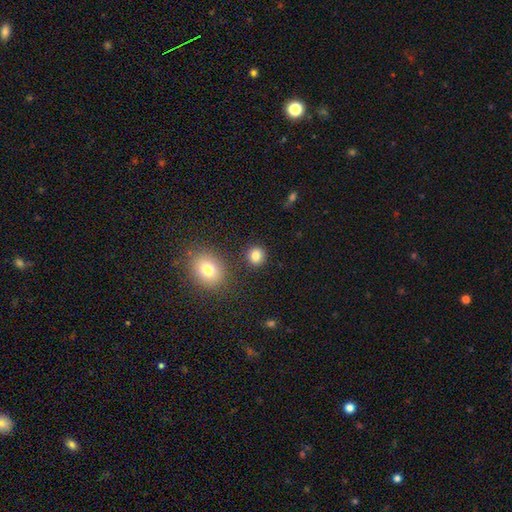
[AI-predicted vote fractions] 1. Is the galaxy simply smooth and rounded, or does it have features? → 84% smooth, 11% star or artifact, 5% featured or disk.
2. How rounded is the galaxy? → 84% round, 15% in between, 1% cigar-shaped.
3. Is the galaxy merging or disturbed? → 86% none, 7% minor disturbance, 4% merger, 3% major disturbance.